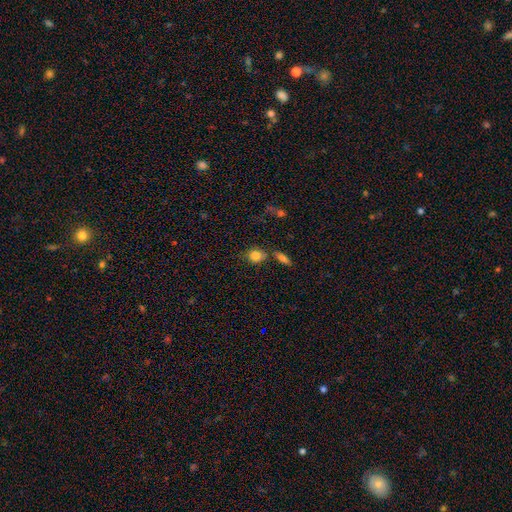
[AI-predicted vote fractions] smooth-or-featured: smooth: 82% | star or artifact: 10% | featured or disk: 8%
  how-rounded: round: 67% | in between: 30% | cigar-shaped: 3%
  merging: none: 66% | merger: 15% | minor disturbance: 15% | major disturbance: 5%